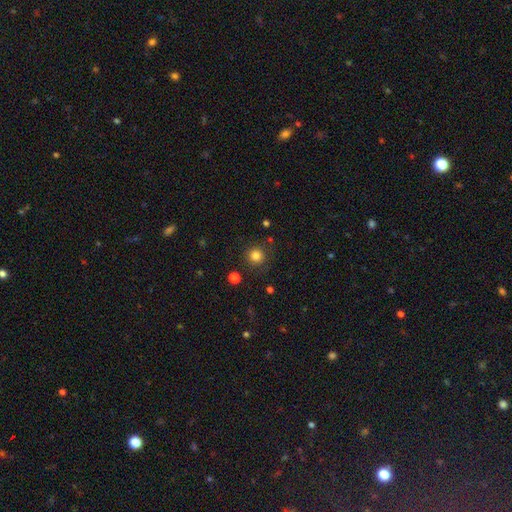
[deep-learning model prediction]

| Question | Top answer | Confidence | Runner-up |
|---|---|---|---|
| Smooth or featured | smooth | 82% | star or artifact (13%) |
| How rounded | round | 94% | in between (5%) |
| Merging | none | 87% | minor disturbance (8%) |